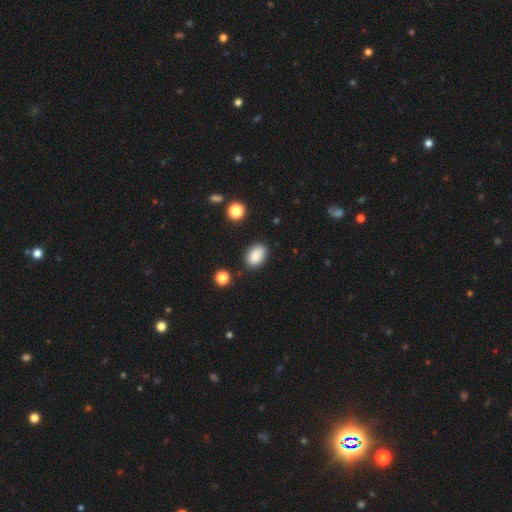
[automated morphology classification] Smooth or featured?
  - smooth: 87% *
  - star or artifact: 8%
  - featured or disk: 5%
How rounded?
  - in between: 84% *
  - round: 14%
  - cigar-shaped: 1%
Merging?
  - none: 83% *
  - minor disturbance: 12%
  - major disturbance: 3%
  - merger: 2%